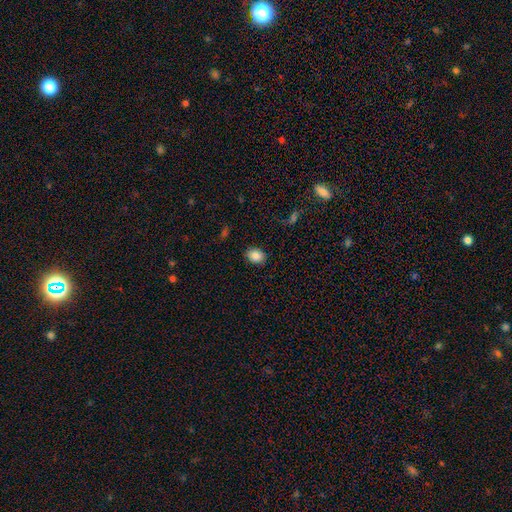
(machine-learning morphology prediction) This is clearly a smooth galaxy (86%). How rounded: possibly in between (56%). Merging: clearly none (86%).